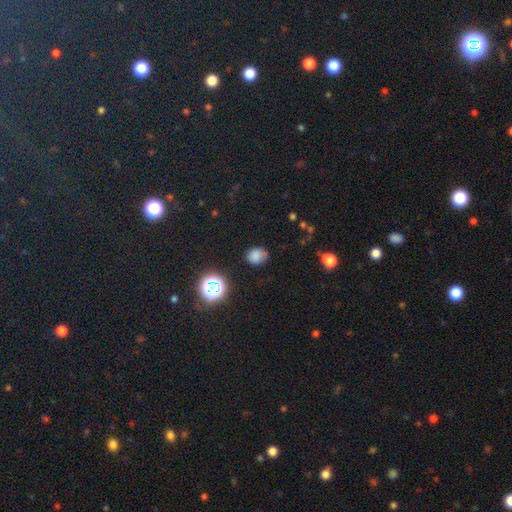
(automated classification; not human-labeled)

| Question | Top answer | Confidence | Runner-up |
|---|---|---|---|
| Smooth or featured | smooth | 76% | star or artifact (17%) |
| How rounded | round | 62% | in between (37%) |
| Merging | none | 75% | minor disturbance (18%) |